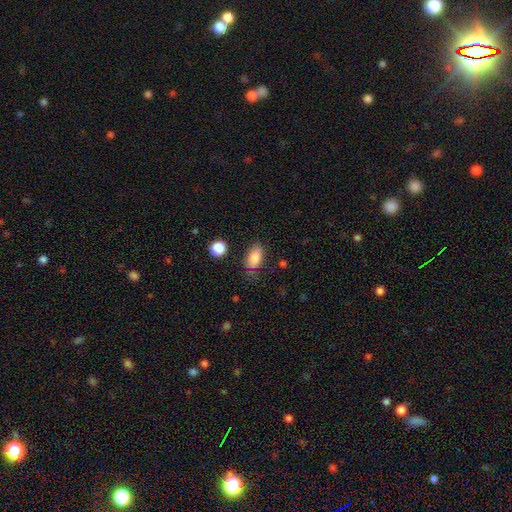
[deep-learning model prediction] This is clearly a smooth galaxy (85%). How rounded: clearly in between (89%). Merging: likely none (71%).